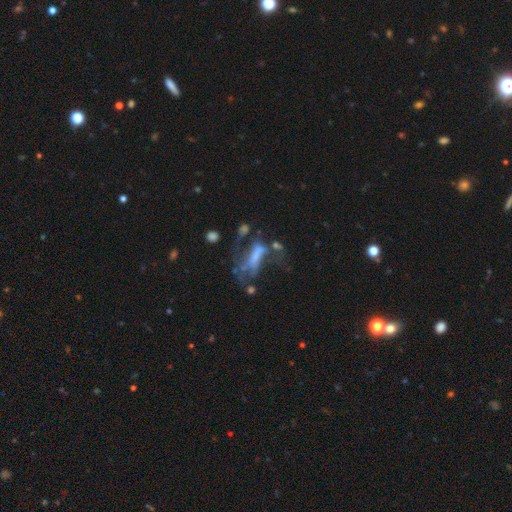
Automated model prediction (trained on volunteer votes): Smooth or featured? featured or disk (58%)
Edge-on disk? no (91%)
Bar? no (52%)
Spiral arms? no (67%)
Bulge size? none (55%)
Merging? major disturbance (45%)